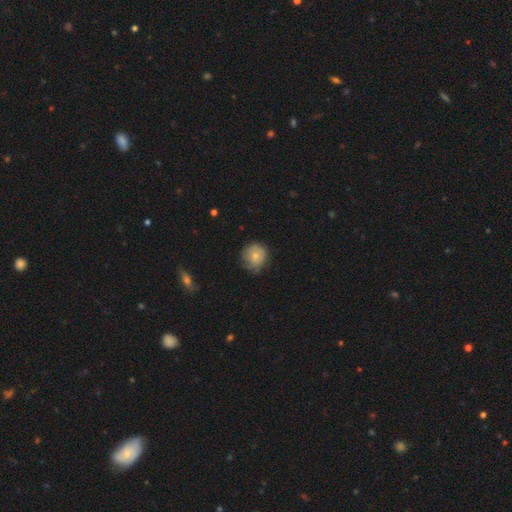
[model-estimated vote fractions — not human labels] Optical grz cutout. It shows a smooth galaxy with no disk features (67%) that is round (86%). Merging: none (63%).